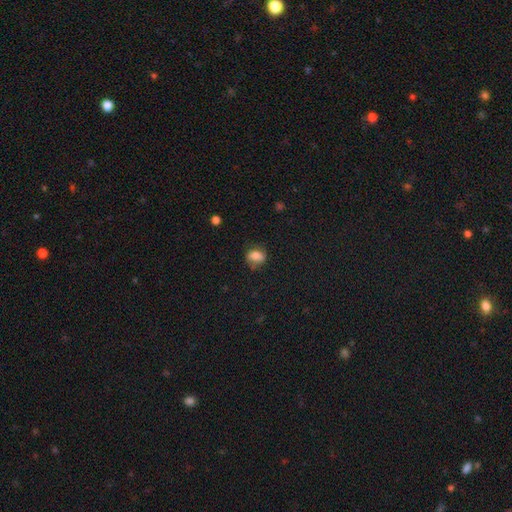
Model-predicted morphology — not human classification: The model was most divided on "how rounded": in between: 58%, round: 40%, cigar-shaped: 2%. More confident: smooth or featured — smooth (73%); merging — none (66%).